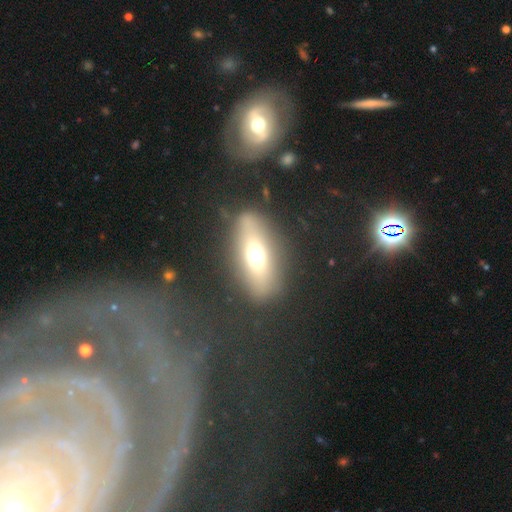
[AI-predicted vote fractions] Smooth or featured? smooth (52%)
How rounded? in between (64%)
Merging? none (80%)